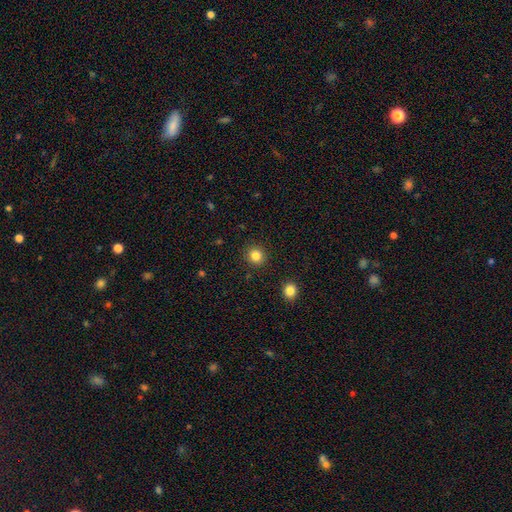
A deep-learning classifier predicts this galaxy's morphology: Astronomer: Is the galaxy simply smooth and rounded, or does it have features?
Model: smooth — 84%.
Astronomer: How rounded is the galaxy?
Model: round — 88%.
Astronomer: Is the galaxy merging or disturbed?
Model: none — 91%.